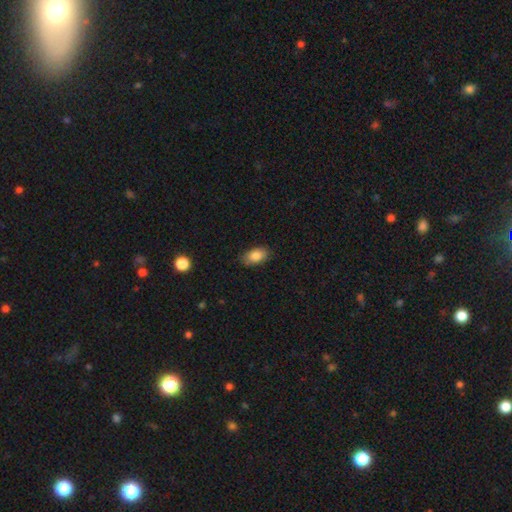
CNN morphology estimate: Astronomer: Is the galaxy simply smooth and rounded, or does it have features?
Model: smooth — 86%.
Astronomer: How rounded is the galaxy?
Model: in between — 92%.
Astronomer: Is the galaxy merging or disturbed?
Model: none — 85%.